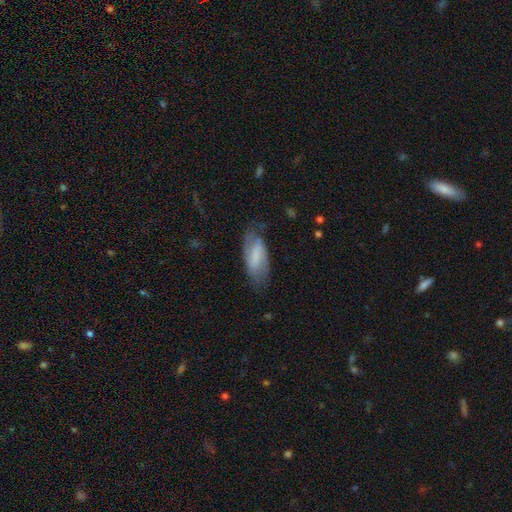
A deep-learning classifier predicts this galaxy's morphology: smooth_or_featured: featured or disk (p=0.50) [alt: smooth p=0.43]
disk_edge_on: no (p=0.91) [alt: yes p=0.09]
merging: none (p=0.68) [alt: minor disturbance p=0.22]